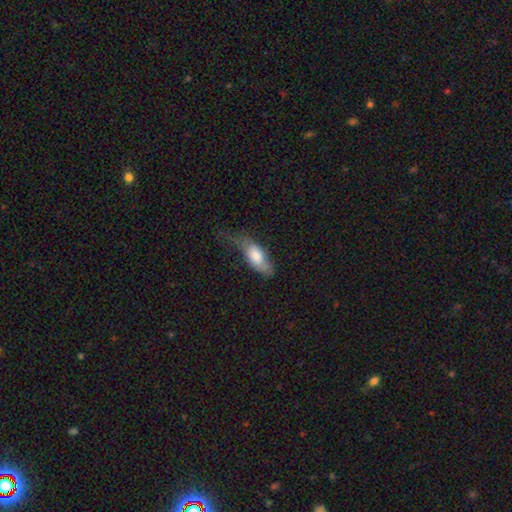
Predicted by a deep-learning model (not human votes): This appears to be a smooth galaxy with no disk features (69%) that is in between round and cigar-shaped (77%). Merging: minor disturbance (36%).